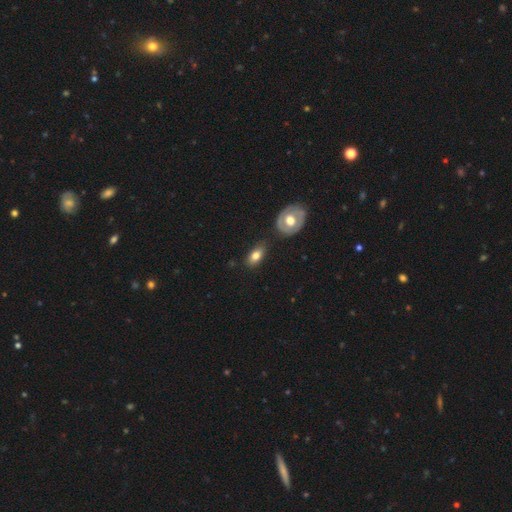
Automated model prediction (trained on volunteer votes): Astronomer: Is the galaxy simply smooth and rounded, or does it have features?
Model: smooth — 71%.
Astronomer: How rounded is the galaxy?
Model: in between — 87%.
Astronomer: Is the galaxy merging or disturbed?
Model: none — 76%.